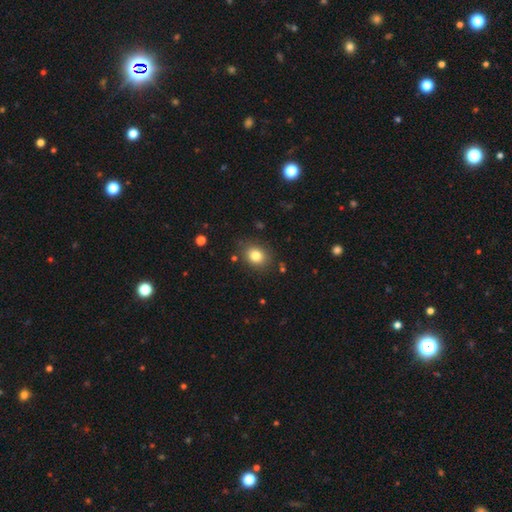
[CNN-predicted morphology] Smooth or featured? Predicted: smooth (p=0.82). How rounded? Predicted: round (p=0.57). Merging? Predicted: none (p=0.84).